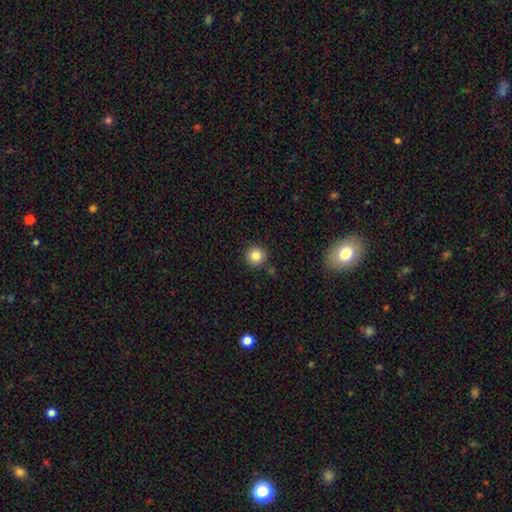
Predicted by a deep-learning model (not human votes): Smooth or featured?
  - smooth: 85% *
  - star or artifact: 10%
  - featured or disk: 5%
How rounded?
  - round: 95% *
  - in between: 4%
  - cigar-shaped: 1%
Merging?
  - none: 86% *
  - minor disturbance: 8%
  - merger: 4%
  - major disturbance: 2%